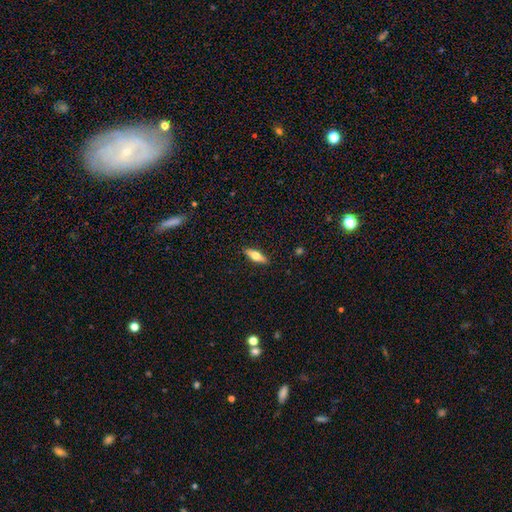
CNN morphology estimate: This is possibly a smooth galaxy (55%). How rounded: possibly cigar-shaped (52%). Merging: clearly none (90%).